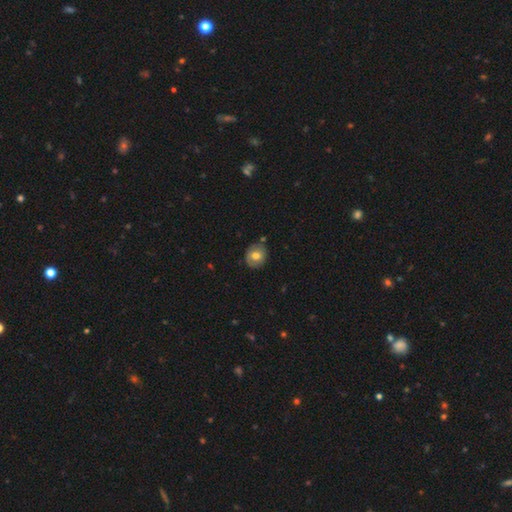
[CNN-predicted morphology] Smooth or featured? smooth (66%)
How rounded? round (78%)
Merging? none (79%)